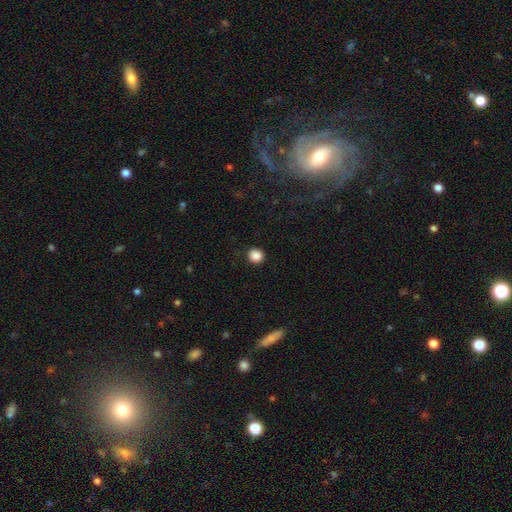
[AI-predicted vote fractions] A smooth galaxy with no disk features (87%) that is round (86%).

Vote fractions:
- Smooth or featured? smooth: 87% / star or artifact: 10% / featured or disk: 3%
- How rounded? round: 86% / in between: 13% / cigar-shaped: 1%
- Merging? none: 91% / minor disturbance: 6% / major disturbance: 2% / merger: 1%